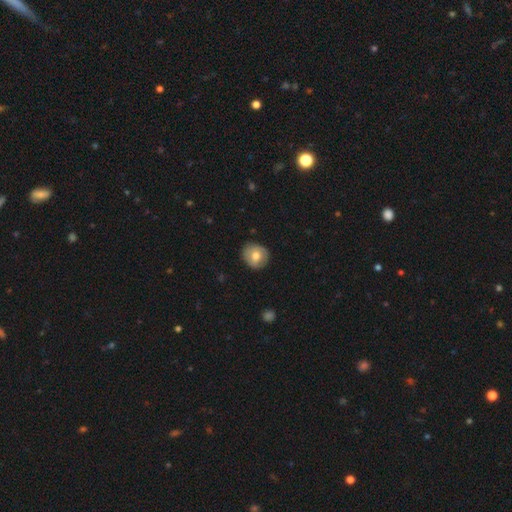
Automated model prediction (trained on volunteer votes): A smooth galaxy with no disk features (67%) that is round (83%). Merging: none (83%).